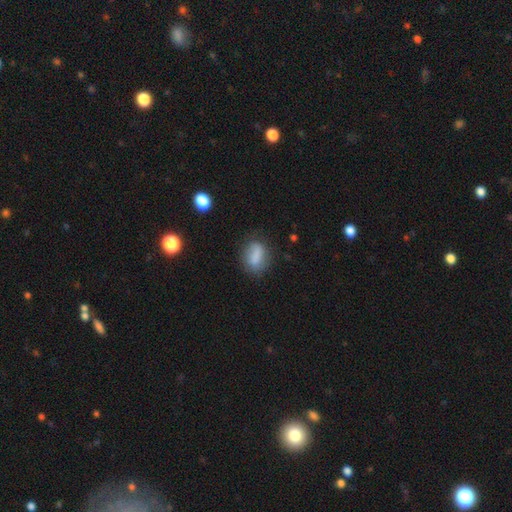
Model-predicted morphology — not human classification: Q: Smooth or featured?
A: smooth (79%); runner-up: featured or disk (12%)
Q: How rounded?
A: in between (75%); runner-up: round (19%)
Q: Merging?
A: none (68%); runner-up: minor disturbance (22%)